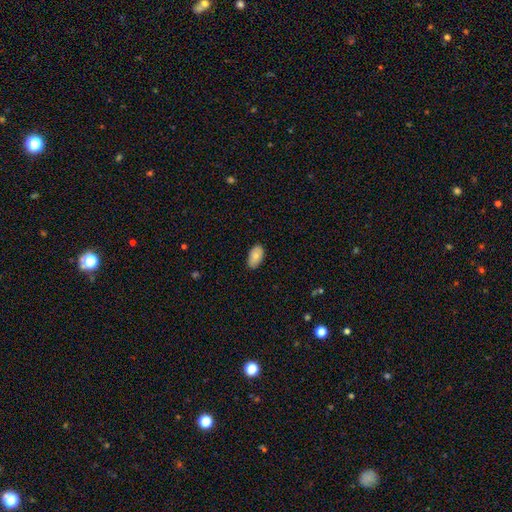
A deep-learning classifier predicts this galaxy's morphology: This appears to be a smooth galaxy with no disk features (82%) that is in between round and cigar-shaped (95%). Merging: none (86%).